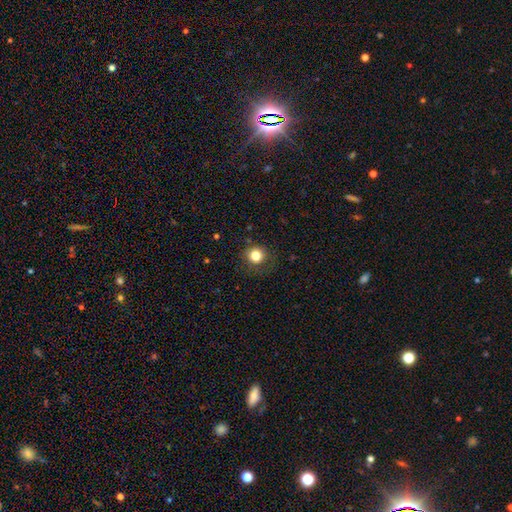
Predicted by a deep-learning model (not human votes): smooth-or-featured: smooth: 82% | star or artifact: 12% | featured or disk: 6%
  how-rounded: round: 92% | in between: 7% | cigar-shaped: 1%
  merging: none: 82% | minor disturbance: 12% | major disturbance: 5% | merger: 1%